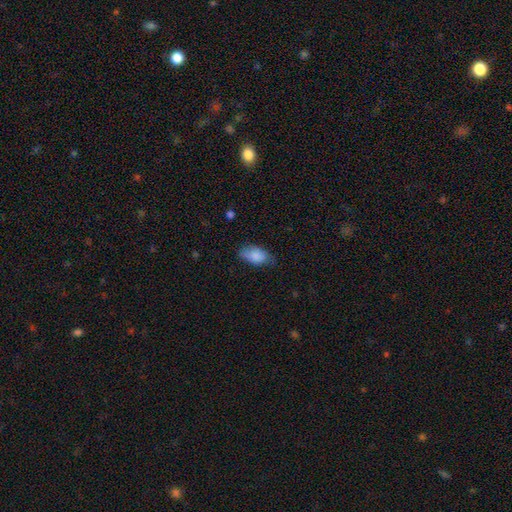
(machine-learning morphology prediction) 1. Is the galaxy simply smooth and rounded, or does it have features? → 85% smooth, 9% featured or disk, 7% star or artifact.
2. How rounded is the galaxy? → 92% in between, 4% round, 4% cigar-shaped.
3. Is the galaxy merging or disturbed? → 67% none, 26% minor disturbance, 6% major disturbance, 1% merger.